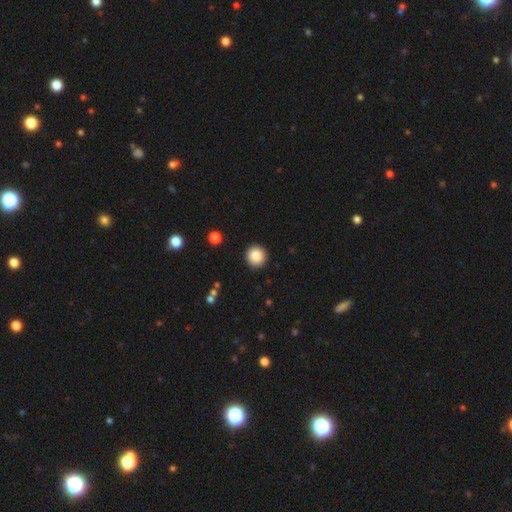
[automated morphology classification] type=smooth (87%); roundness=round (95%); merging=none (92%).